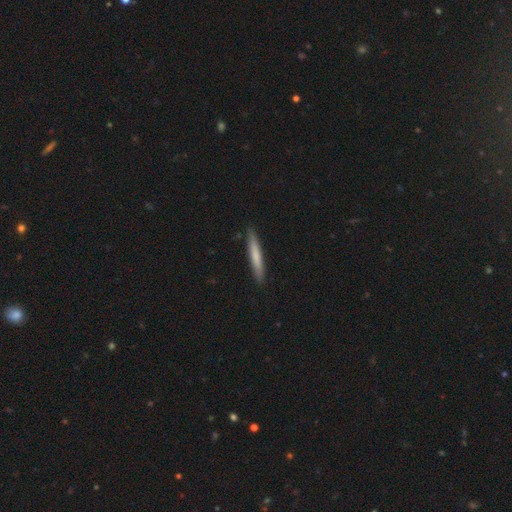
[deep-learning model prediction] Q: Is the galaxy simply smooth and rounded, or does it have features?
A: smooth — 71%.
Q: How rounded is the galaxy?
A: cigar-shaped — 95%.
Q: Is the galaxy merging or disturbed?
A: none — 90%.